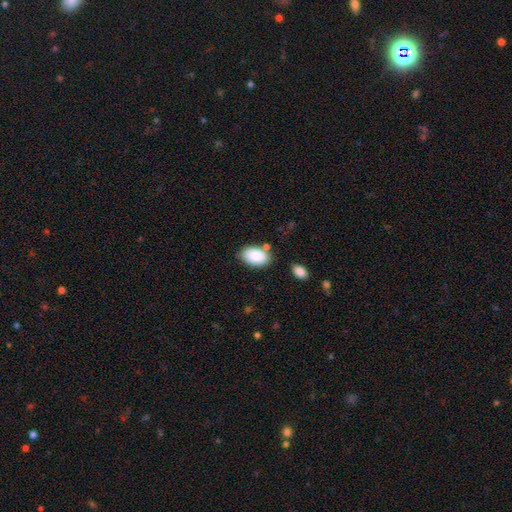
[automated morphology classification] Smooth or featured? smooth (88%)
How rounded? in between (93%)
Merging? none (73%)